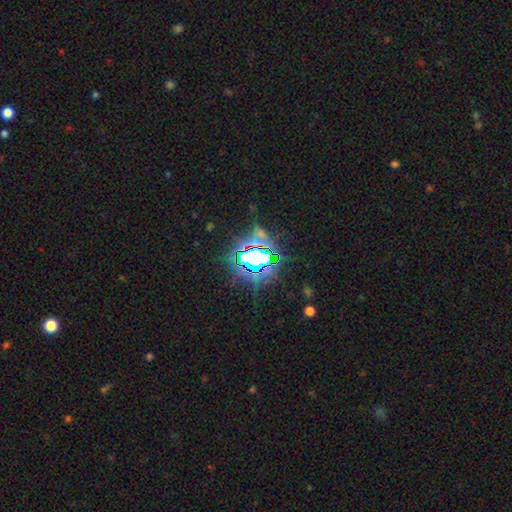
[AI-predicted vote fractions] smooth-or-featured: star or artifact: 75% | smooth: 15% | featured or disk: 11%